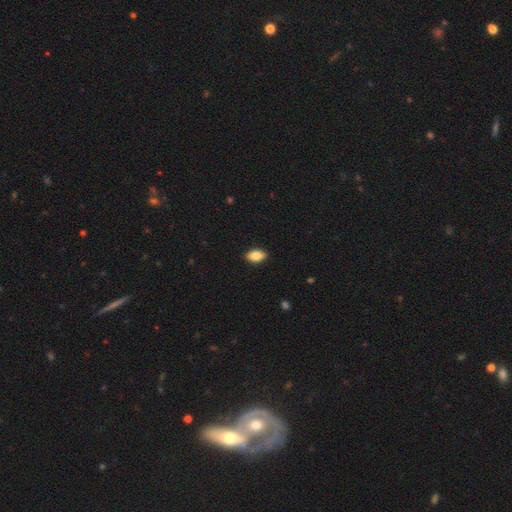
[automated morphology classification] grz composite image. It shows a smooth galaxy with no disk features (82%) that is in between round and cigar-shaped (91%). Merging: none (90%).